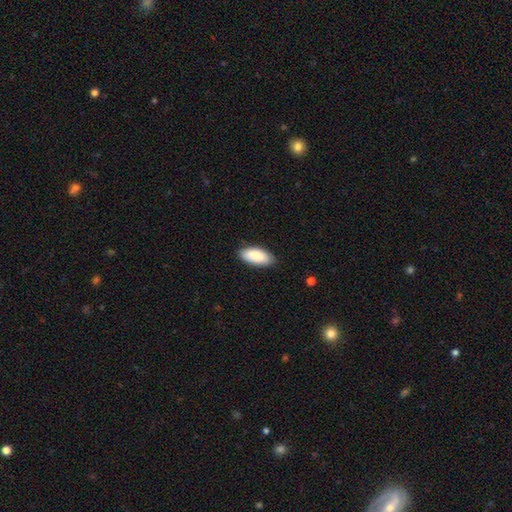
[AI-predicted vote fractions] This appears to be a smooth galaxy with no disk features (89%) that is in between round and cigar-shaped (88%). Merging: none (86%).